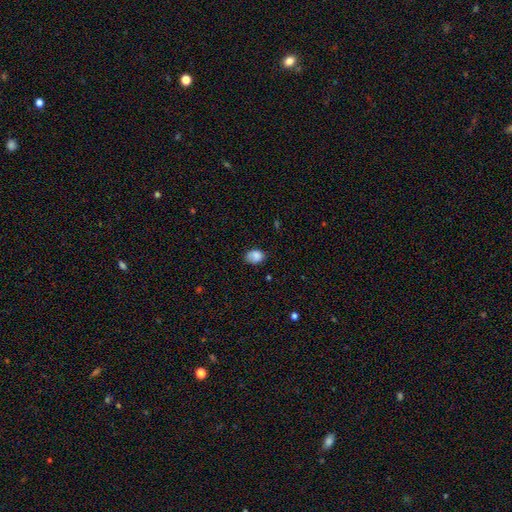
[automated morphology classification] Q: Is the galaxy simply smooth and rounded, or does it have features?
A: smooth — 83%.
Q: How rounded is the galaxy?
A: in between — 68%.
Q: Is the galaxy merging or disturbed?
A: none — 65%.